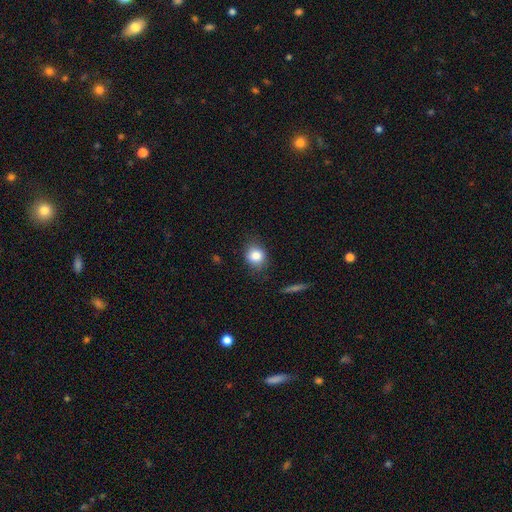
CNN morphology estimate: This is clearly a smooth galaxy (83%). How rounded: likely round (66%). Merging: likely none (80%).